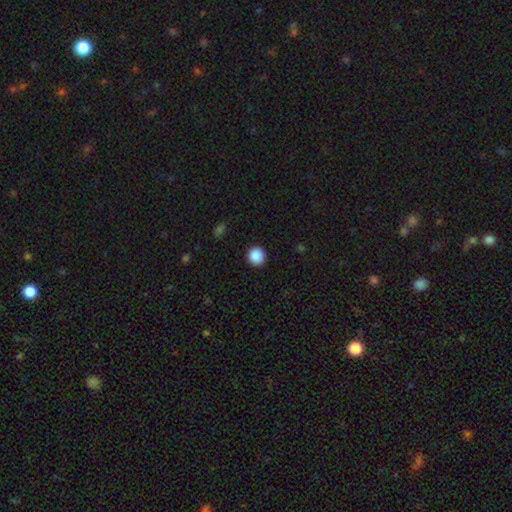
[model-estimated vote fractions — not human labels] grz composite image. It shows a smooth galaxy with no disk features (89%) that is round (93%). Merging: none (92%).